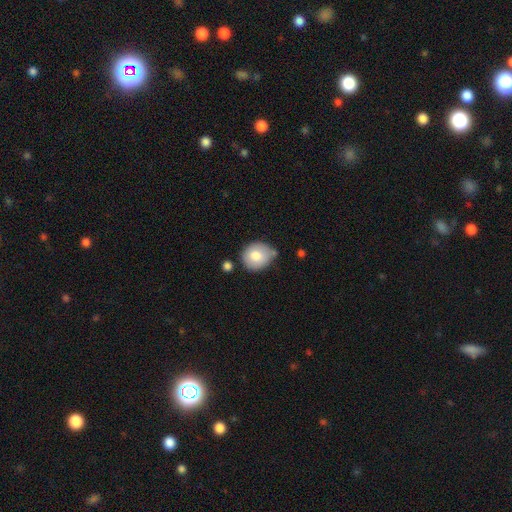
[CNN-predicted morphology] smooth 78%, featured or disk 15%, star or artifact 7%. Down the decision tree: how rounded — round (75%); merging — none (61%).